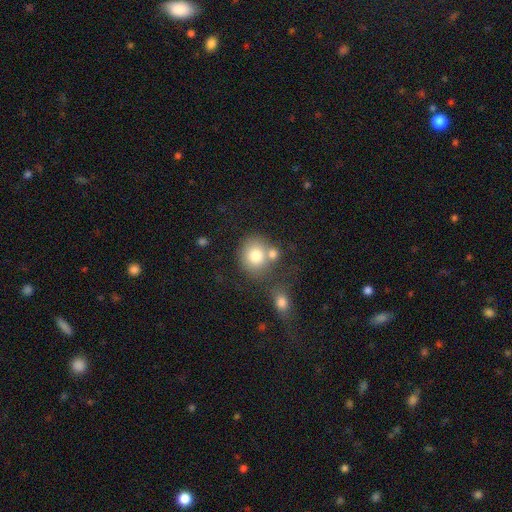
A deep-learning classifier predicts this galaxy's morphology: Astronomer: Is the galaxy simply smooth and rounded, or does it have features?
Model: smooth — 77%.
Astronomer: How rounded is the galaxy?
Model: round — 78%.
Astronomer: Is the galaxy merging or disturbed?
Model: none — 53% (runner-up: merger, 29%).